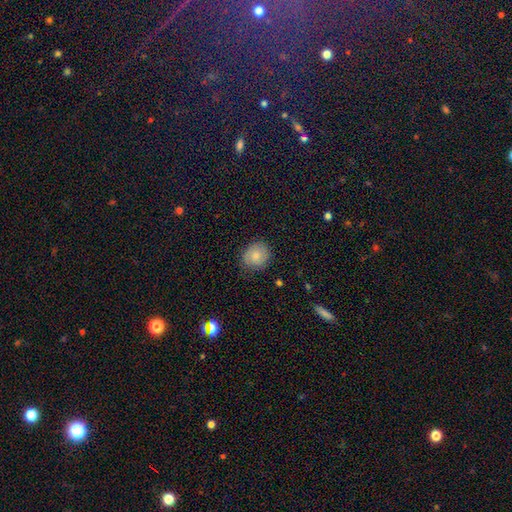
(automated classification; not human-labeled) The model was most divided on "how rounded": round: 73%, in between: 26%, cigar-shaped: 1%. More confident: merging — none (78%); smooth or featured — smooth (75%).